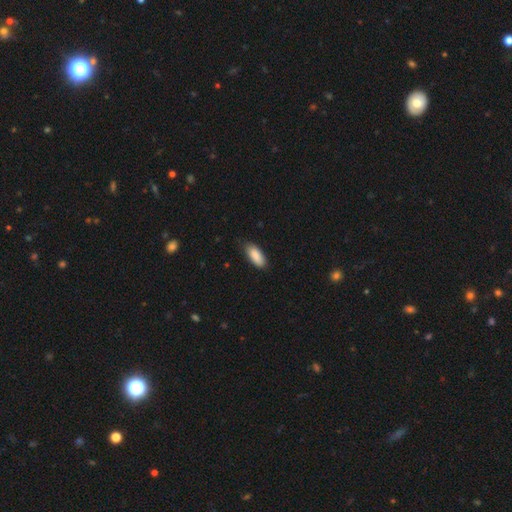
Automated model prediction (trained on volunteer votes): The model was most divided on "merging": none: 76%, minor disturbance: 20%, major disturbance: 3%, merger: 1%. More confident: smooth or featured — smooth (89%); how rounded — in between (86%).